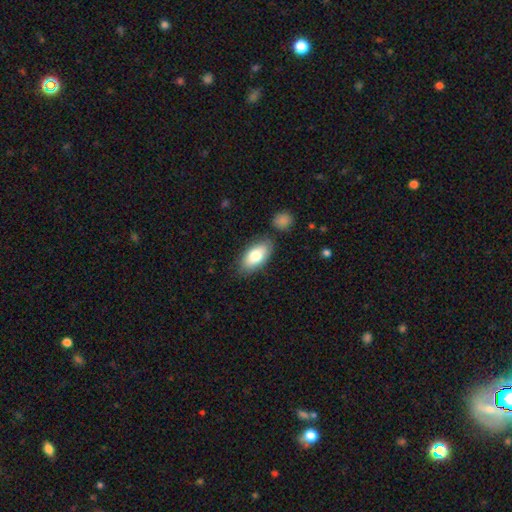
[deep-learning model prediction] Smooth or featured: smooth — 78% (featured or disk — 16%)
How rounded: in between — 91% (cigar-shaped — 5%)
Merging: none — 80% (minor disturbance — 12%)